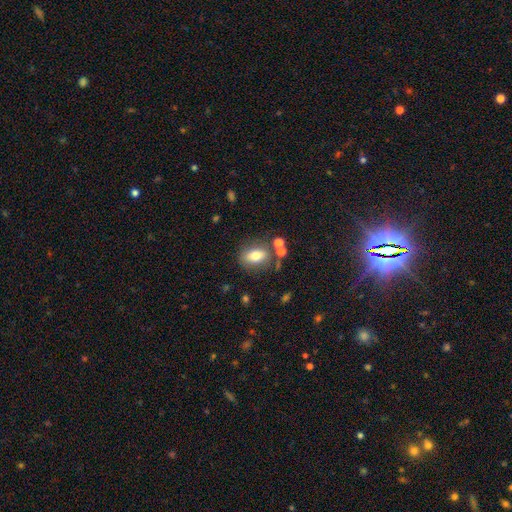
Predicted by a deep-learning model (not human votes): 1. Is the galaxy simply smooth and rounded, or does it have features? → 75% smooth, 15% featured or disk, 10% star or artifact.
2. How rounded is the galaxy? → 77% in between, 20% round, 3% cigar-shaped.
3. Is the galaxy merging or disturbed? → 70% none, 14% minor disturbance, 11% merger, 5% major disturbance.